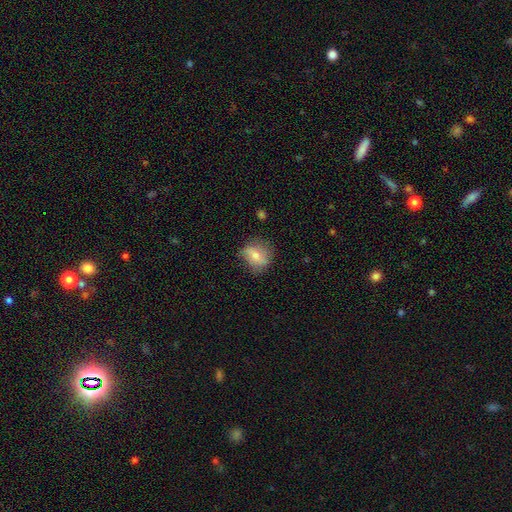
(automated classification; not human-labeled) This appears to be a smooth galaxy with no disk features (61%) that is round (54%). Merging: none (65%).